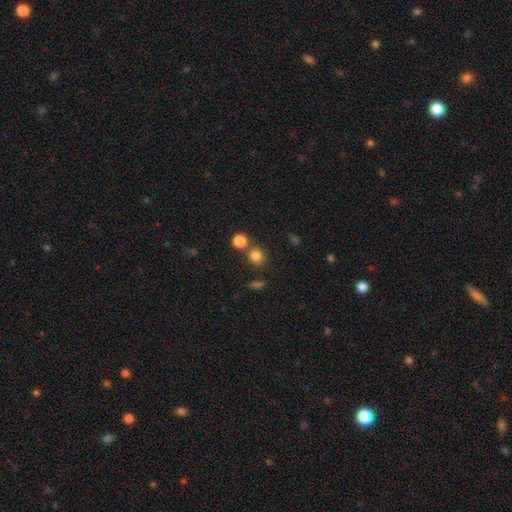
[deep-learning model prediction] Smooth or featured? Predicted: smooth (p=0.80). How rounded? Predicted: round (p=0.83). Merging? Predicted: none (p=0.71).